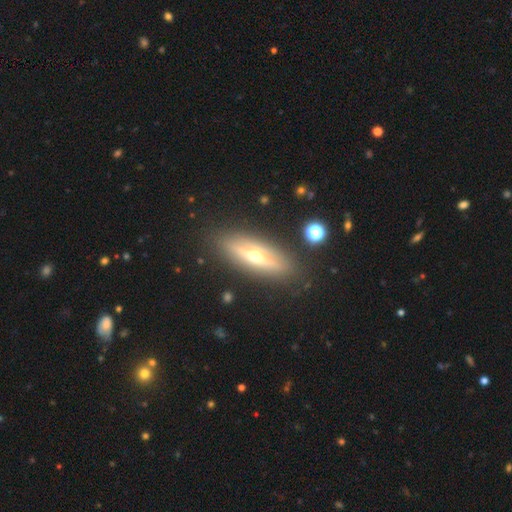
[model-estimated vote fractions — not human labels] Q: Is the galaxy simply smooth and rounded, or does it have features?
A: featured or disk — 69%.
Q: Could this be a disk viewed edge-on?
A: yes — 87%.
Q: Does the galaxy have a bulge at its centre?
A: rounded — 93%.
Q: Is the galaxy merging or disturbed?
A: none — 86%.